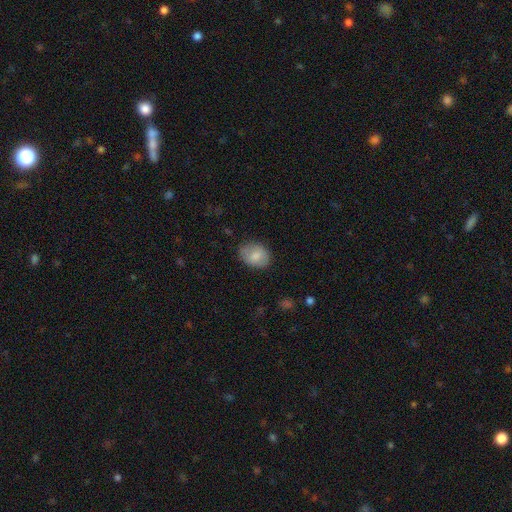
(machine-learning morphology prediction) The model was most divided on "how rounded": in between: 68%, round: 31%, cigar-shaped: 1%. More confident: smooth or featured — smooth (81%); merging — none (78%).